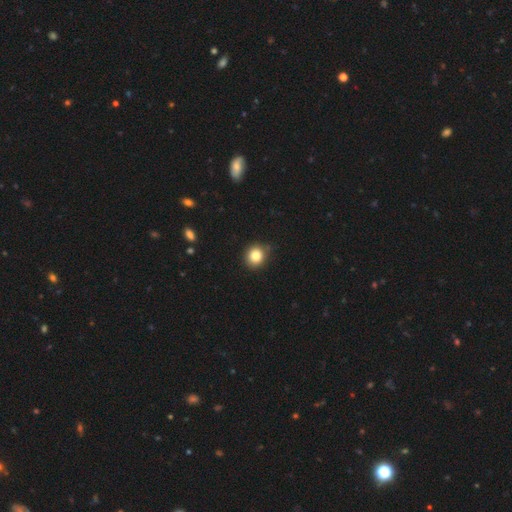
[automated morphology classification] type=smooth (83%); roundness=round (82%); merging=none (83%).